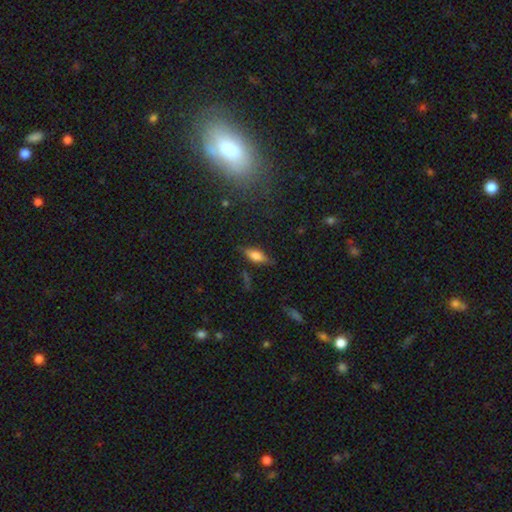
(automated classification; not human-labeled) A smooth galaxy with no disk features (57%) that is in between round and cigar-shaped (67%). Merging: none (76%).